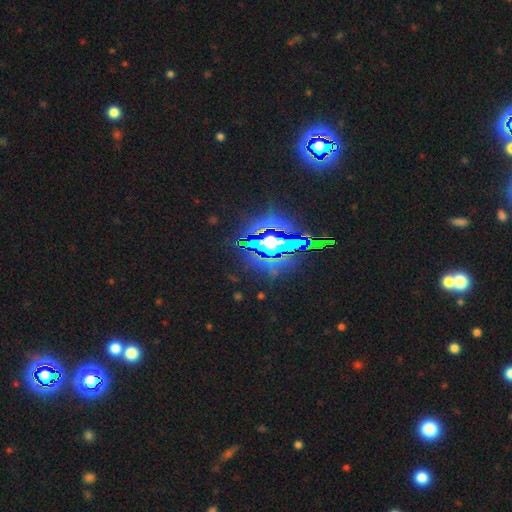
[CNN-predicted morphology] Smooth or featured: star or artifact — 77% (featured or disk — 13%)